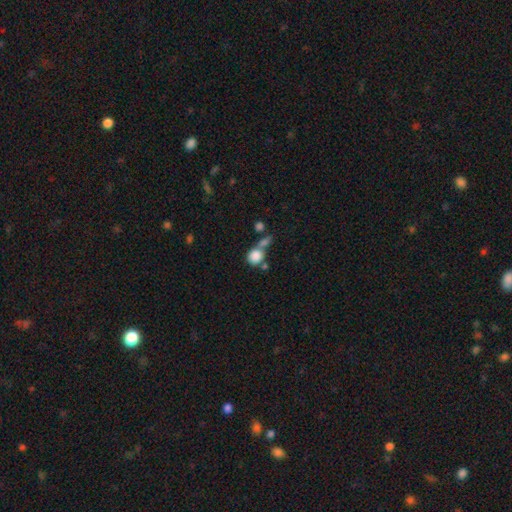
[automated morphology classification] Overall: smooth (84%). How rounded: round (81%). Merging: none (42%; merger 39%).